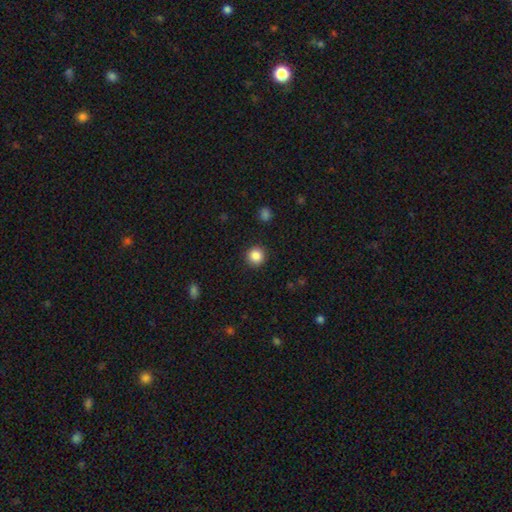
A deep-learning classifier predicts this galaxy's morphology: A smooth galaxy with no disk features (86%) that is round (94%).

Vote fractions:
- Smooth or featured? smooth: 86% / star or artifact: 10% / featured or disk: 4%
- How rounded? round: 94% / in between: 5% / cigar-shaped: 1%
- Merging? none: 92% / minor disturbance: 5% / major disturbance: 2% / merger: 1%